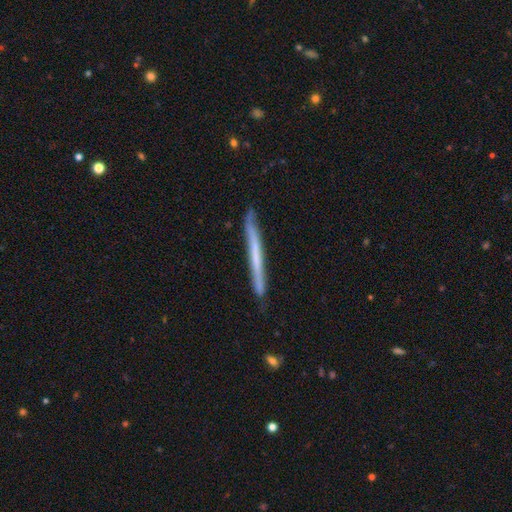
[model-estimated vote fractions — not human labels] Smooth or featured? featured or disk (51%)
Edge-on disk? yes (95%)
Merging? none (86%)